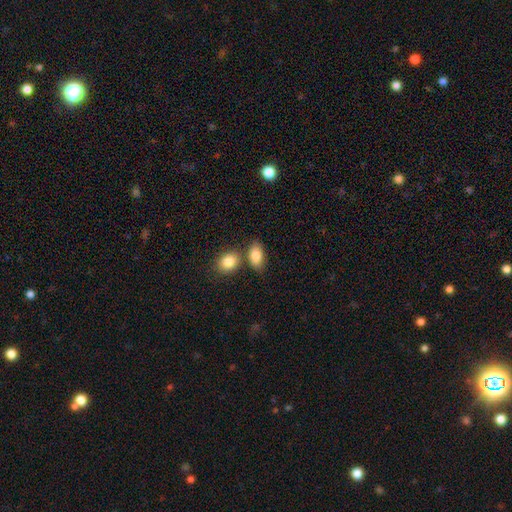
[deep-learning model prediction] Smooth or featured?
  - smooth: 84% *
  - featured or disk: 9%
  - star or artifact: 8%
How rounded?
  - in between: 87% *
  - round: 10%
  - cigar-shaped: 3%
Merging?
  - none: 63% *
  - merger: 22%
  - minor disturbance: 12%
  - major disturbance: 3%